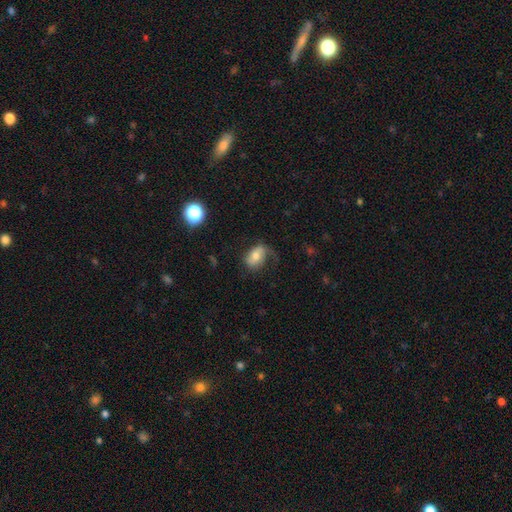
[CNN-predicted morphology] Overall: smooth (55%; featured or disk 36%). How rounded: in between (82%). Merging: none (46%; minor disturbance 28%).